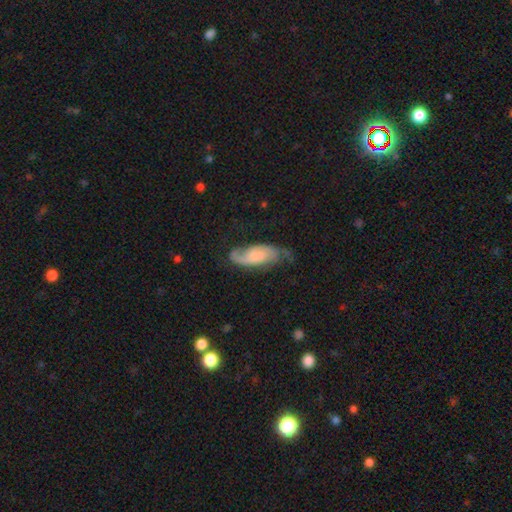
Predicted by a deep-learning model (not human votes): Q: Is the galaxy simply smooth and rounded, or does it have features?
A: featured or disk — 67%.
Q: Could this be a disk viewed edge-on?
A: no — 92%.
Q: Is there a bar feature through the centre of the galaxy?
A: no — 61%.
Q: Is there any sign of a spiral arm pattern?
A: yes — 92%.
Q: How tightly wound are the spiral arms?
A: medium — 41%.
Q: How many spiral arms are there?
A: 2 — 76%.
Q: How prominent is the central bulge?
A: small — 49%.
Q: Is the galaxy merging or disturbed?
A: none — 55%.